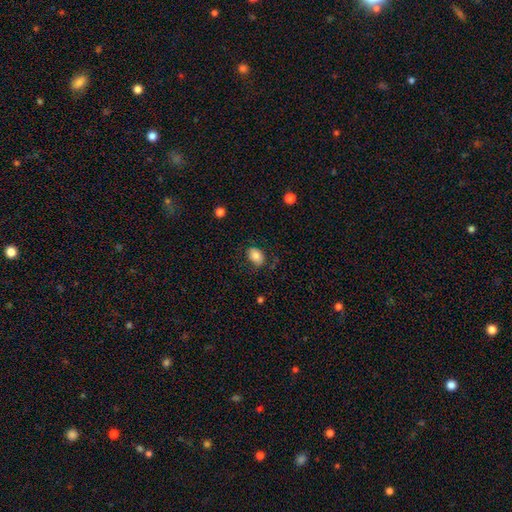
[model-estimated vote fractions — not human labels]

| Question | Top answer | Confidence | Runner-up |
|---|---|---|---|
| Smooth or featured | smooth | 84% | featured or disk (8%) |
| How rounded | in between | 80% | round (19%) |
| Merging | none | 74% | minor disturbance (19%) |